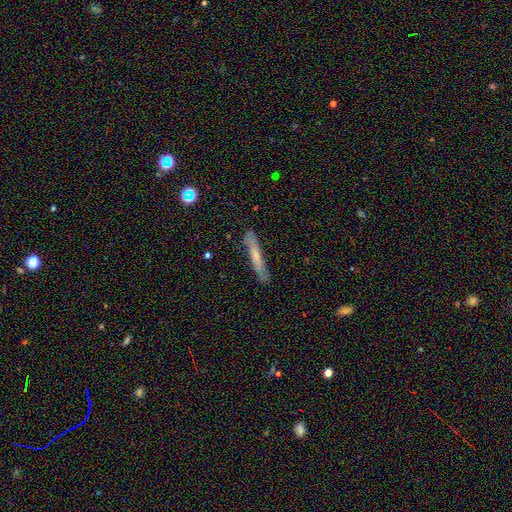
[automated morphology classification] A smooth galaxy with no disk features (52%) that is cigar-shaped (93%).

Vote fractions:
- Smooth or featured? smooth: 52% / featured or disk: 41% / star or artifact: 8%
- How rounded? cigar-shaped: 93% / in between: 5% / round: 2%
- Merging? none: 81% / minor disturbance: 14% / major disturbance: 3% / merger: 2%